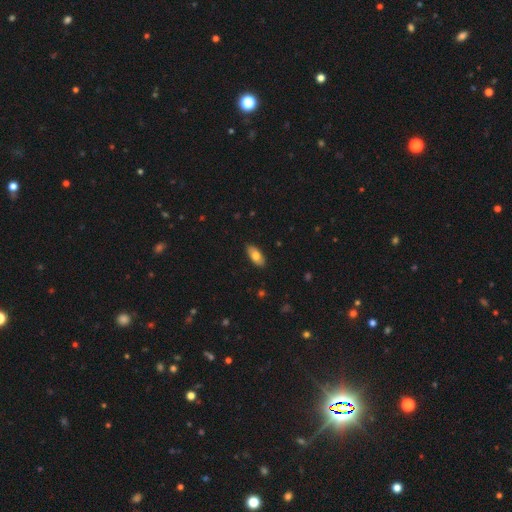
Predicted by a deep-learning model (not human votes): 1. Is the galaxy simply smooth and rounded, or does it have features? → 76% smooth, 18% featured or disk, 6% star or artifact.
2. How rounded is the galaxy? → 90% in between, 8% cigar-shaped, 2% round.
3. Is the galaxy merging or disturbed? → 88% none, 10% minor disturbance, 2% major disturbance, 1% merger.